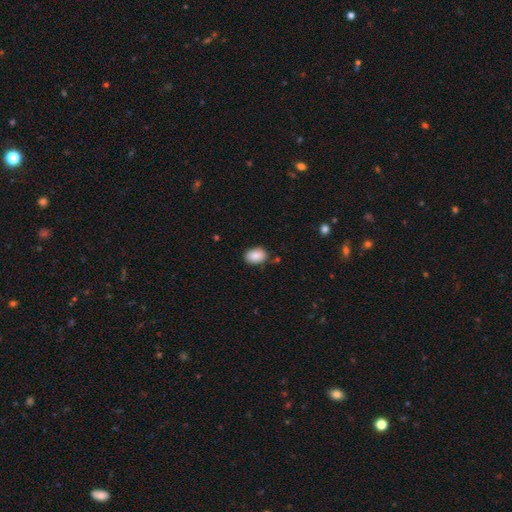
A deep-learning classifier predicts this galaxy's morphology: Q: Smooth or featured?
A: smooth (89%); runner-up: star or artifact (7%)
Q: How rounded?
A: in between (79%); runner-up: round (20%)
Q: Merging?
A: none (82%); runner-up: minor disturbance (13%)